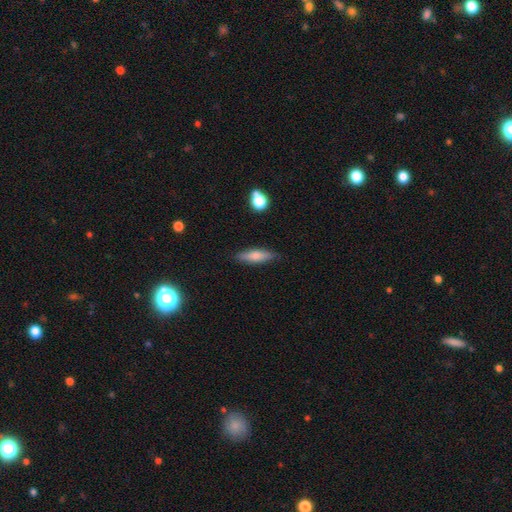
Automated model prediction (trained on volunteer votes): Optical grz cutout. It shows a smooth galaxy with no disk features (71%) that is cigar-shaped (59%). Merging: none (84%).